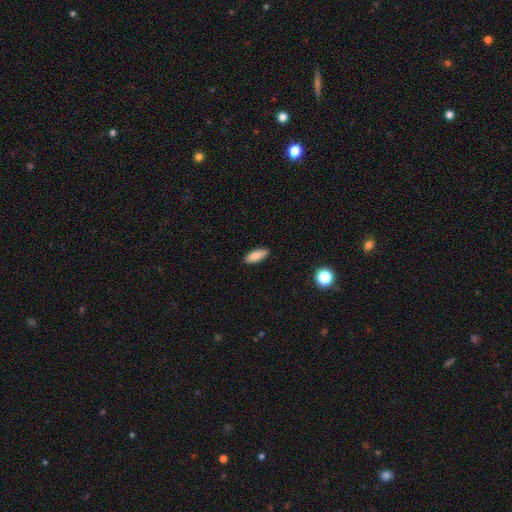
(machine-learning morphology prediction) This appears to be a smooth galaxy with no disk features (85%) that is in between round and cigar-shaped (79%). Merging: none (88%).